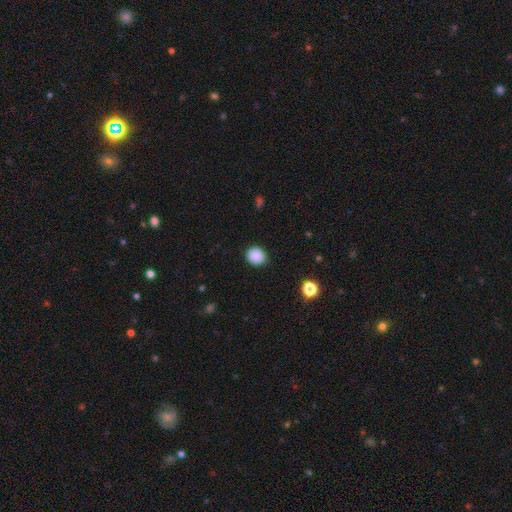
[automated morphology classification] smooth_or_featured: smooth (p=0.88) [alt: star or artifact p=0.09]
how_rounded: round (p=0.84) [alt: in between p=0.15]
merging: none (p=0.89) [alt: minor disturbance p=0.07]